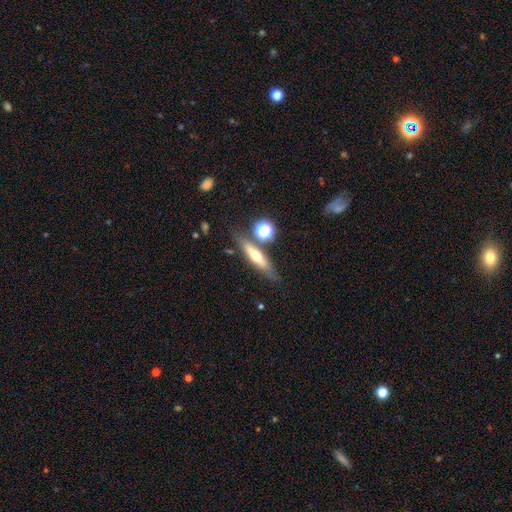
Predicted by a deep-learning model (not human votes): A featured or disk galaxy (49%). Merging: none (74%).